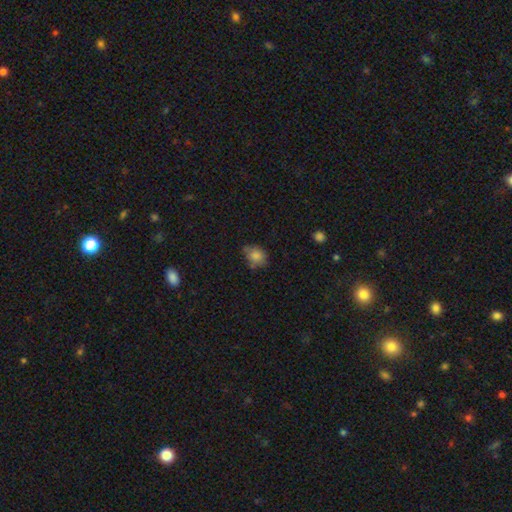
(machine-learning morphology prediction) type=smooth (80%); roundness=in between (54%); merging=none (61%).